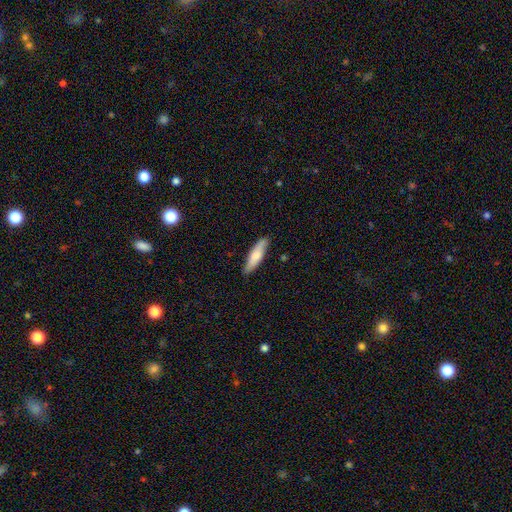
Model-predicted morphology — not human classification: Overall: smooth (73%). How rounded: cigar-shaped (66%; in between 32%). Merging: none (84%).